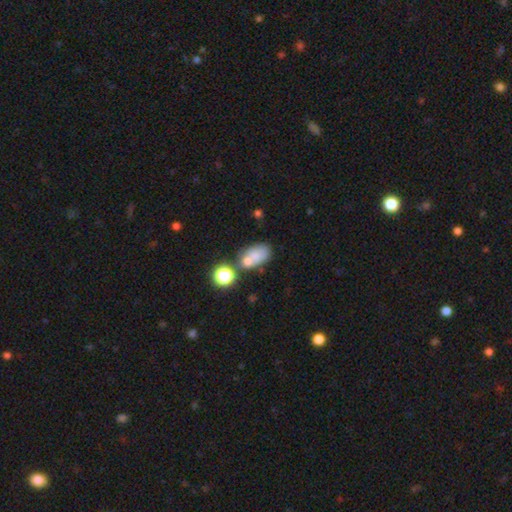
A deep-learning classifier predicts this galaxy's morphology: Smooth or featured?
  - smooth: 64% *
  - featured or disk: 21%
  - star or artifact: 15%
How rounded?
  - in between: 80% *
  - round: 18%
  - cigar-shaped: 2%
Merging?
  - none: 39% *
  - merger: 36%
  - minor disturbance: 16%
  - major disturbance: 9%